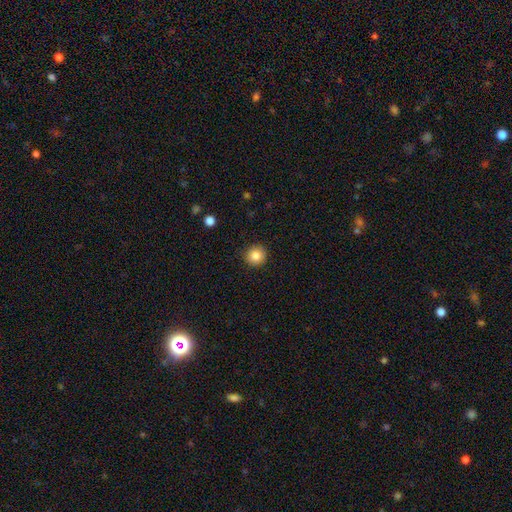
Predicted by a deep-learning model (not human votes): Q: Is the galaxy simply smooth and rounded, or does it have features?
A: smooth — 84%.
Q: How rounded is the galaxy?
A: round — 94%.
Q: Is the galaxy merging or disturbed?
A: none — 91%.